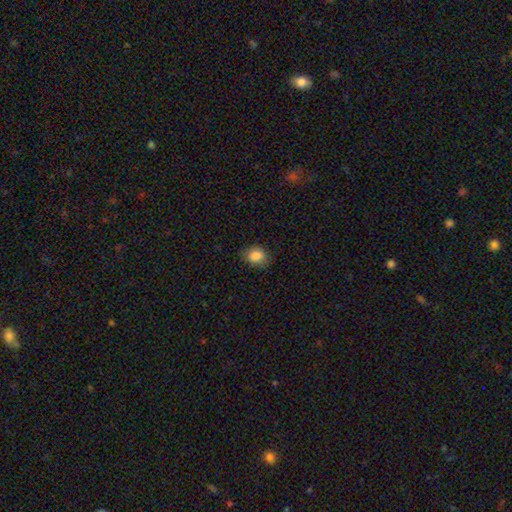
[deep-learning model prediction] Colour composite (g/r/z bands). It shows a smooth galaxy with no disk features (87%) that is in between round and cigar-shaped (55%). Merging: none (81%).